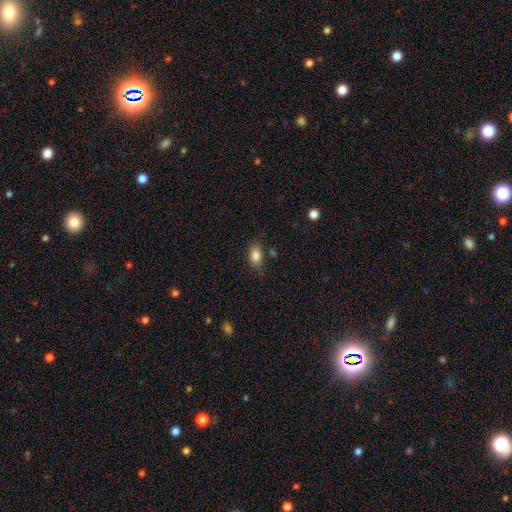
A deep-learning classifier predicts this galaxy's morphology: Smooth or featured? Predicted: smooth (p=0.86). How rounded? Predicted: in between (p=0.89). Merging? Predicted: none (p=0.79).